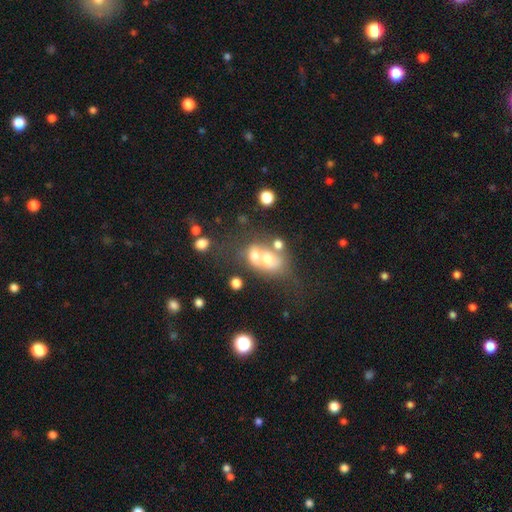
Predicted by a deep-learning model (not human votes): Q: Smooth or featured?
A: smooth (57%); runner-up: featured or disk (29%)
Q: How rounded?
A: in between (50%); runner-up: round (48%)
Q: Merging?
A: merger (60%); runner-up: none (23%)